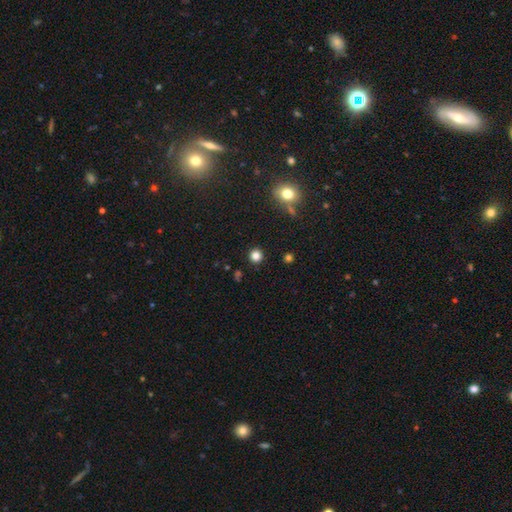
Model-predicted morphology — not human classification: Smooth or featured: smooth — 81% (star or artifact — 14%)
How rounded: round — 93% (in between — 6%)
Merging: none — 91% (minor disturbance — 5%)